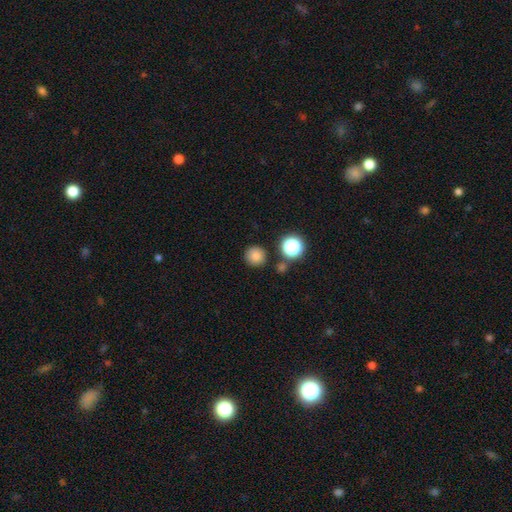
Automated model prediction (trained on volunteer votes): Smooth or featured?
  - smooth: 81% *
  - star or artifact: 14%
  - featured or disk: 5%
How rounded?
  - round: 94% *
  - in between: 5%
  - cigar-shaped: 1%
Merging?
  - none: 85% *
  - minor disturbance: 8%
  - merger: 5%
  - major disturbance: 2%